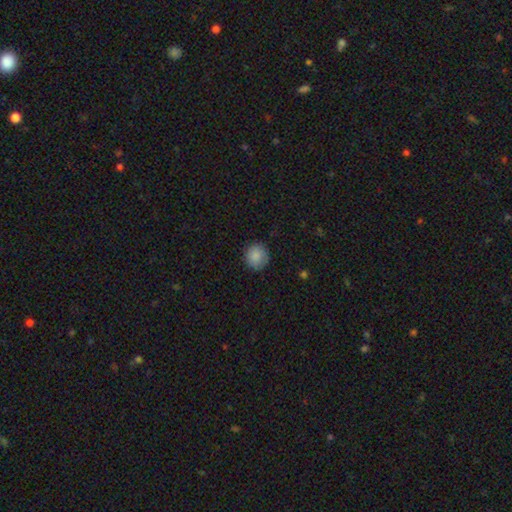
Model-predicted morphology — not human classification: Q: Smooth or featured?
A: smooth (87%); runner-up: star or artifact (8%)
Q: How rounded?
A: round (91%); runner-up: in between (8%)
Q: Merging?
A: none (86%); runner-up: minor disturbance (11%)